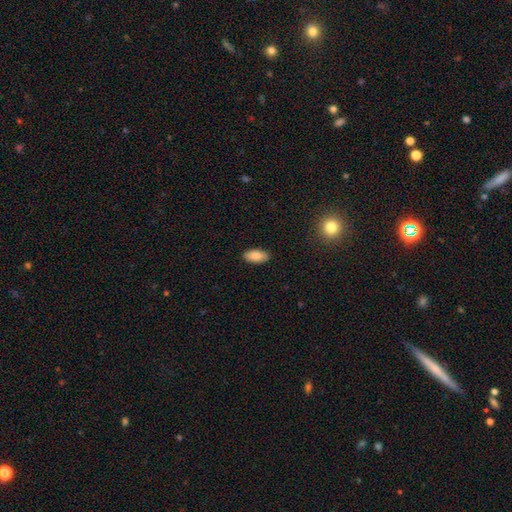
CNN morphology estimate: Overall: smooth (86%). How rounded: in between (91%). Merging: none (89%).